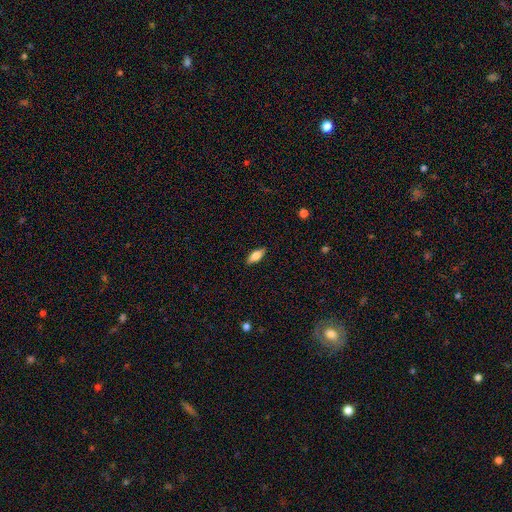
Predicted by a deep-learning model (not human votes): Overall: smooth (71%). How rounded: in between (77%). Merging: none (88%).